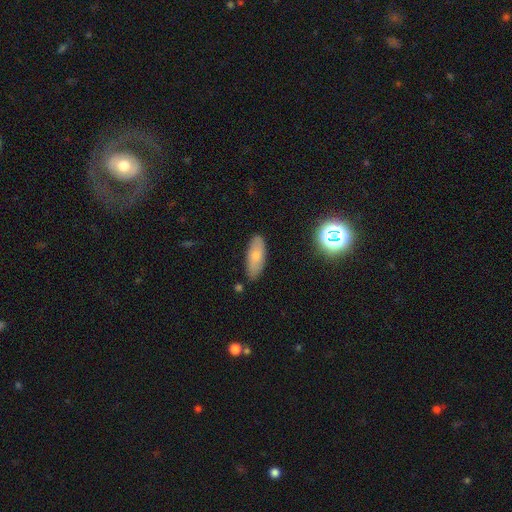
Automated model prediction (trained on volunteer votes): smooth 73%, featured or disk 18%, star or artifact 9%. Down the decision tree: how rounded — in between (77%); merging — none (82%).